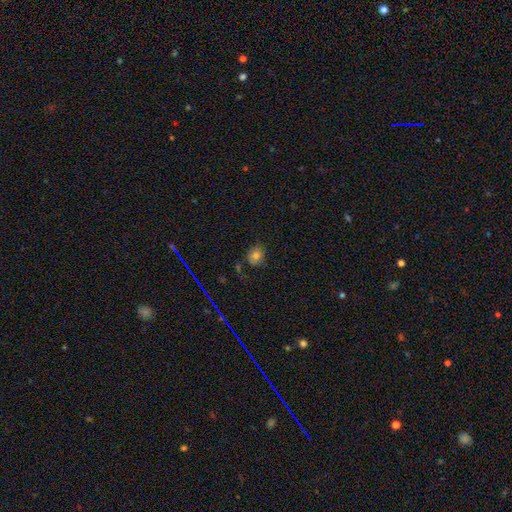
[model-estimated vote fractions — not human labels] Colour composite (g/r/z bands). It shows a smooth galaxy with no disk features (73%) that is round (55%). Merging: none (71%).